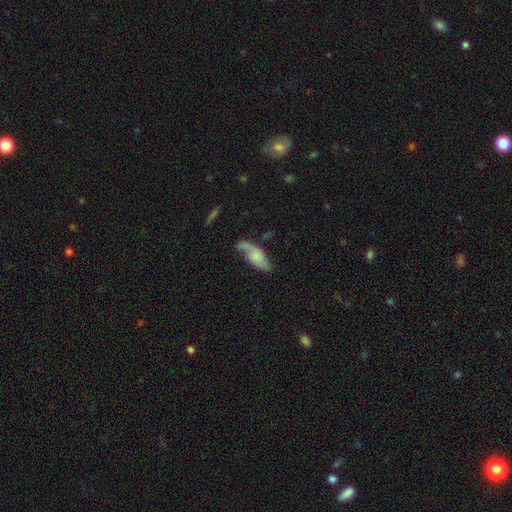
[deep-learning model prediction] Overall: featured or disk (51%; smooth 42%). Edge-on disk: no (89%). Merging: none (47%; minor disturbance 30%).